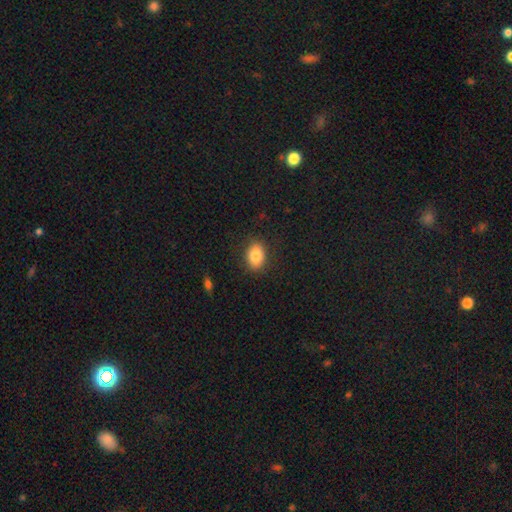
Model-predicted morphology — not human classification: This is clearly a smooth galaxy (83%). How rounded: likely in between (77%). Merging: clearly none (86%).